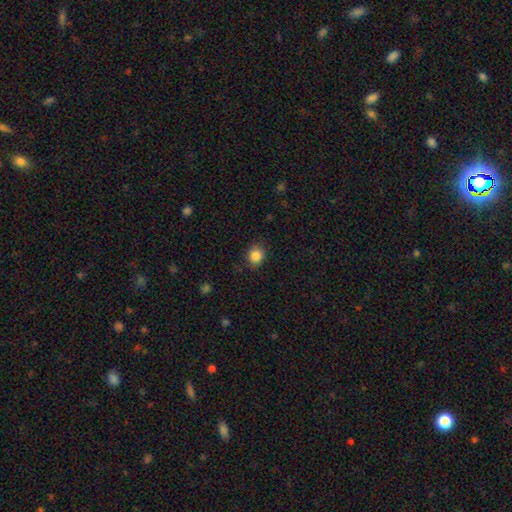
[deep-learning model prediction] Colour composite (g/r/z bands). It shows a smooth galaxy with no disk features (85%) that is round (72%). Merging: none (84%).